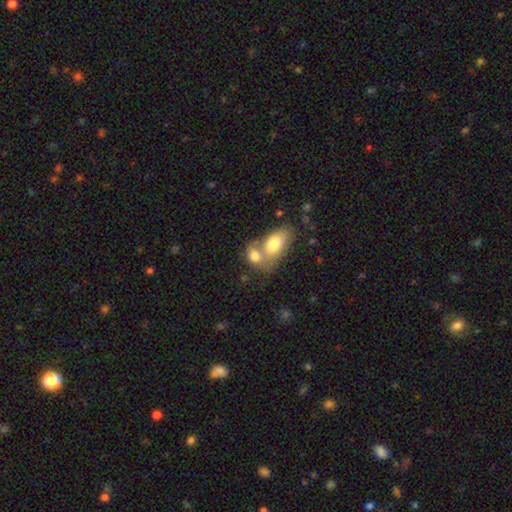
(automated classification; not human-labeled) This appears to be a smooth galaxy with no disk features (77%) that is in between round and cigar-shaped (79%). Merging: merger (64%).